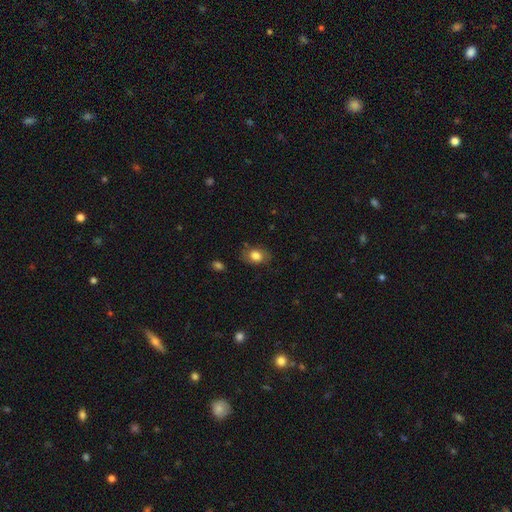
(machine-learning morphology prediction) A smooth galaxy with no disk features (79%) that is in between round and cigar-shaped (76%). Merging: none (77%).